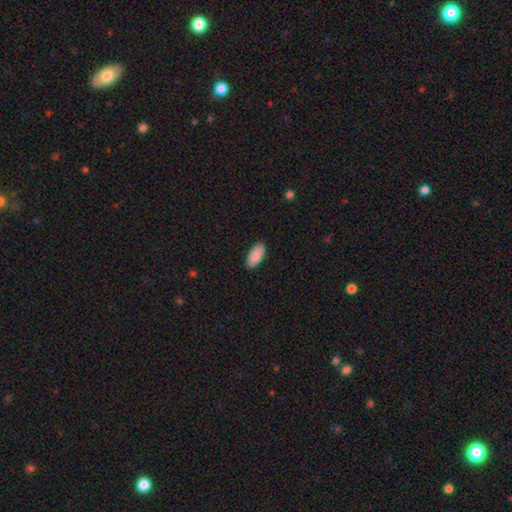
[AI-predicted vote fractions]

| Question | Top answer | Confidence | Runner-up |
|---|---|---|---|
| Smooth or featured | smooth | 90% | star or artifact (6%) |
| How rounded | in between | 91% | cigar-shaped (7%) |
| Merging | none | 89% | minor disturbance (8%) |